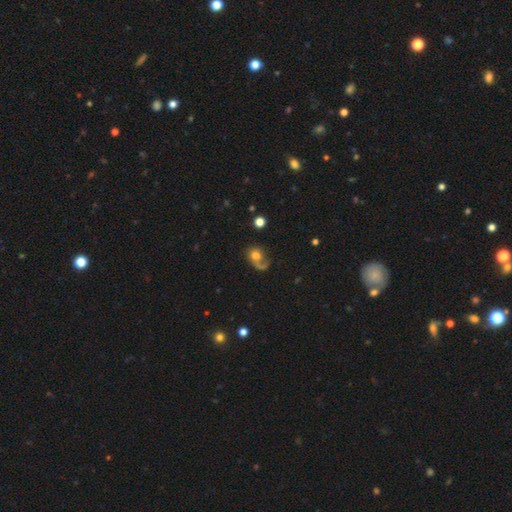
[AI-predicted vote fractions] Smooth or featured? Predicted: smooth (p=0.53). How rounded? Predicted: round (p=0.59). Merging? Predicted: major disturbance (p=0.37).